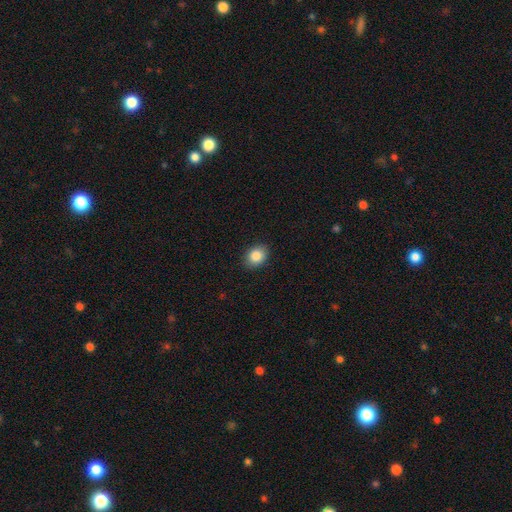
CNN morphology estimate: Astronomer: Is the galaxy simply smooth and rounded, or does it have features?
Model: smooth — 86%.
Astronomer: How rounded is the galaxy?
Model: in between — 51% (runner-up: round, 48%).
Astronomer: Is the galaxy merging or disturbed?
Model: none — 88%.